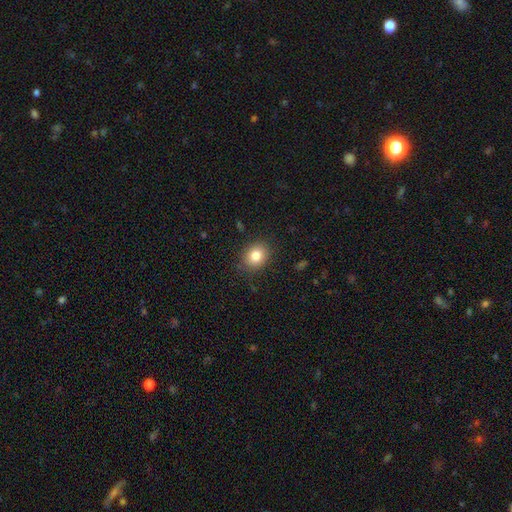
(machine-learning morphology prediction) Q: Smooth or featured?
A: smooth (82%); runner-up: star or artifact (10%)
Q: How rounded?
A: round (62%); runner-up: in between (37%)
Q: Merging?
A: none (86%); runner-up: minor disturbance (10%)